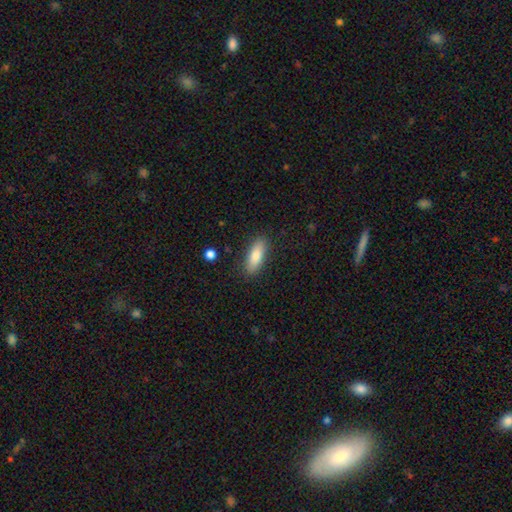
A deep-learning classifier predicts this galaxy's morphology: smooth-or-featured: smooth: 83% | featured or disk: 11% | star or artifact: 6%
  how-rounded: in between: 67% | cigar-shaped: 31% | round: 2%
  merging: none: 87% | minor disturbance: 9% | major disturbance: 2% | merger: 1%